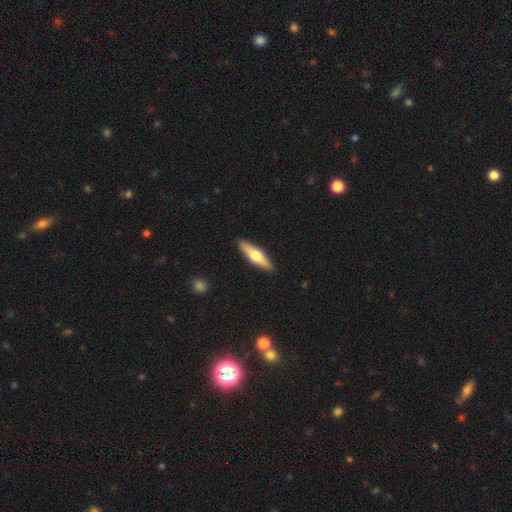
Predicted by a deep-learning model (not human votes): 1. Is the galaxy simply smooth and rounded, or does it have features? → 48% smooth, 47% featured or disk, 5% star or artifact.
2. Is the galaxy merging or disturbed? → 90% none, 7% minor disturbance, 2% major disturbance, 1% merger.